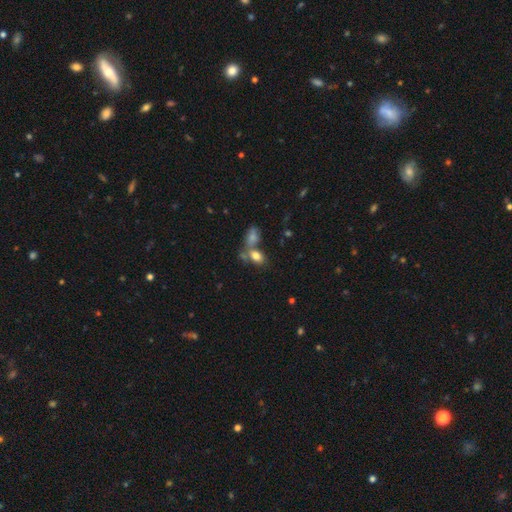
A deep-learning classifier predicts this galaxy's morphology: A smooth galaxy with no disk features (78%) that is in between round and cigar-shaped (83%). Merging: none (42%, tied with merger).